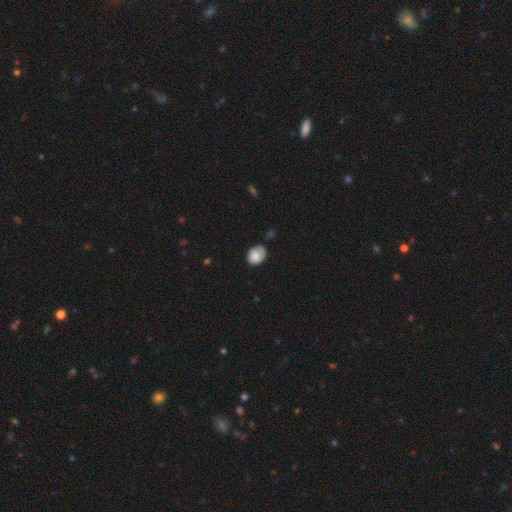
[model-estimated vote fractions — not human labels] Smooth or featured?
  - smooth: 68% *
  - featured or disk: 24%
  - star or artifact: 8%
How rounded?
  - in between: 57% *
  - round: 42%
  - cigar-shaped: 1%
Merging?
  - none: 57% *
  - minor disturbance: 30%
  - major disturbance: 10%
  - merger: 3%